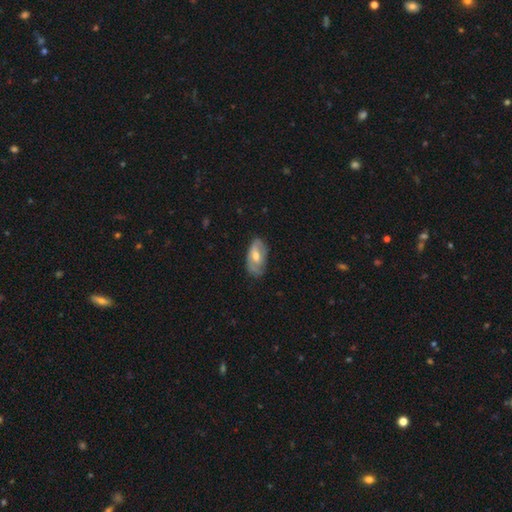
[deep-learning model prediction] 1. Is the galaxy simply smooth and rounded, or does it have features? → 49% featured or disk, 44% smooth, 6% star or artifact.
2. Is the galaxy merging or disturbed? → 62% none, 28% minor disturbance, 8% major disturbance, 1% merger.